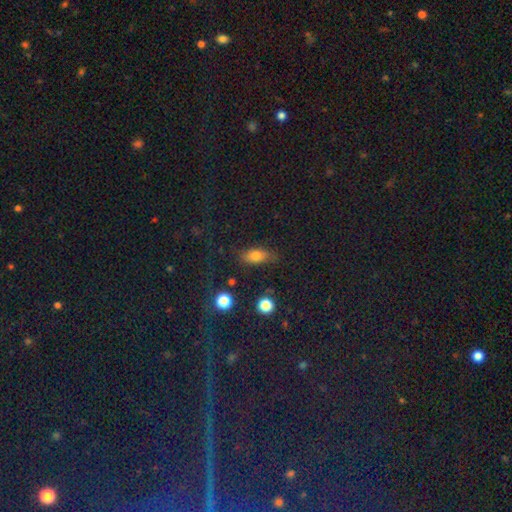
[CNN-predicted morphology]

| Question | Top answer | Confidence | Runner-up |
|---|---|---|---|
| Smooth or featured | smooth | 76% | featured or disk (12%) |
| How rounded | in between | 78% | cigar-shaped (14%) |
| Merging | none | 77% | minor disturbance (16%) |